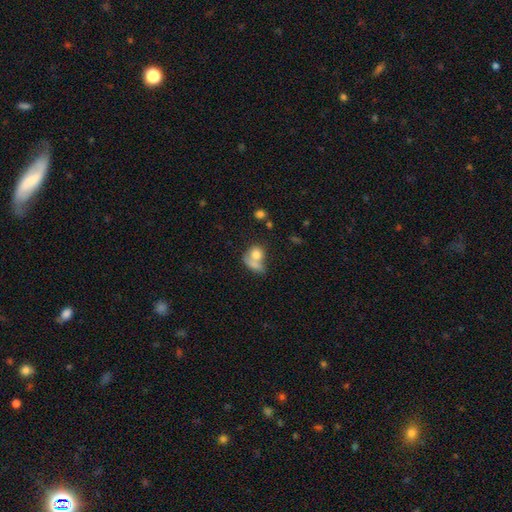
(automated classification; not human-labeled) Morphology: type=smooth (75%); roundness=round (58%); merging=merger (52%).